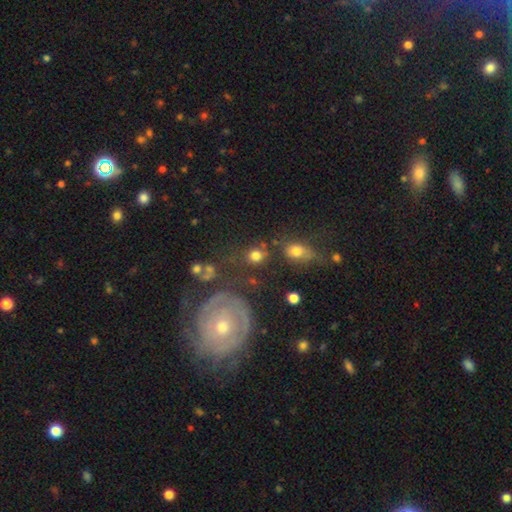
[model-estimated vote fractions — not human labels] A smooth galaxy with no disk features (72%) that is round (72%).

Vote fractions:
- Smooth or featured? smooth: 72% / featured or disk: 15% / star or artifact: 13%
- How rounded? round: 72% / in between: 26% / cigar-shaped: 2%
- Merging? none: 63% / minor disturbance: 16% / merger: 11% / major disturbance: 10%